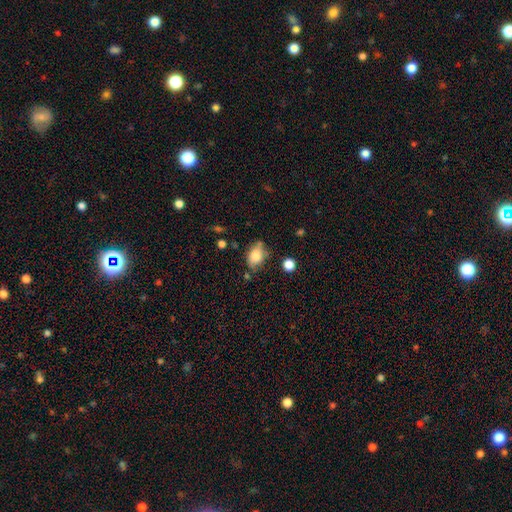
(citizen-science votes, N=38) A smooth galaxy with no disk features (82%) that is in between round and cigar-shaped (74%).

Vote fractions:
- Smooth or featured? smooth: 82% / featured or disk: 13% / star or artifact: 5%
- How rounded? in between: 74% / round: 16% / cigar-shaped: 10%
- Merging? none: 47% / merger: 25% / minor disturbance: 22% / major disturbance: 6%